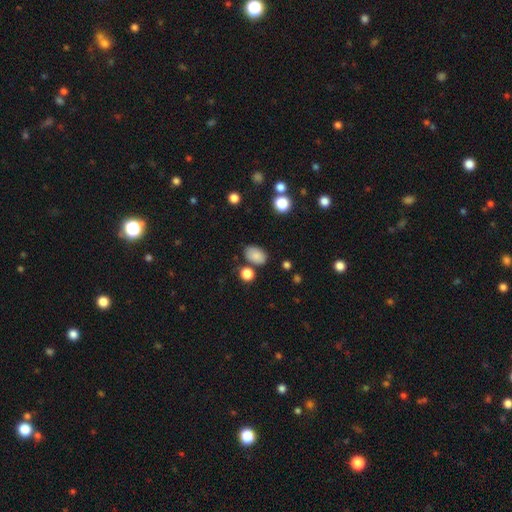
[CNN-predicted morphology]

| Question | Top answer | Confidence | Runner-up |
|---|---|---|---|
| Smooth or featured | smooth | 84% | star or artifact (10%) |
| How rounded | in between | 86% | round (13%) |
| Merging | none | 75% | minor disturbance (14%) |